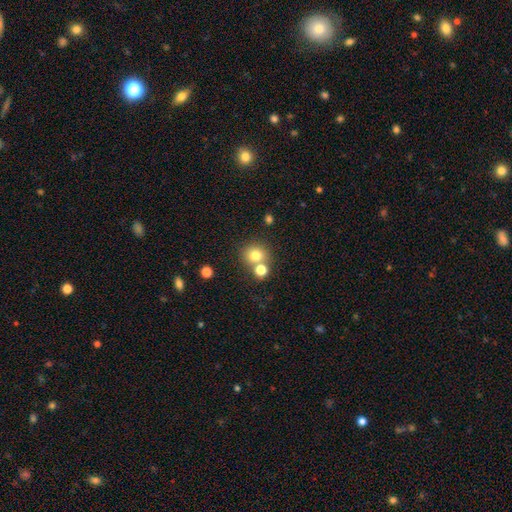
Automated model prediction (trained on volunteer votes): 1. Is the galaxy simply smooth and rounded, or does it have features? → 76% smooth, 14% star or artifact, 10% featured or disk.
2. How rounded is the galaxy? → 86% round, 13% in between, 1% cigar-shaped.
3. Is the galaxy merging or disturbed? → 60% none, 29% merger, 8% minor disturbance, 3% major disturbance.